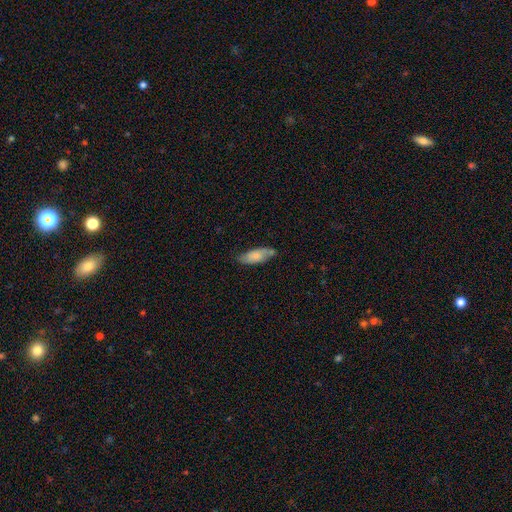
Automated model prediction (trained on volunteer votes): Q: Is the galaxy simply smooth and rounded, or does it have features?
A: smooth — 72%.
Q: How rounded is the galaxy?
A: in between — 71%.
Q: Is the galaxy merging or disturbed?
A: none — 62%.